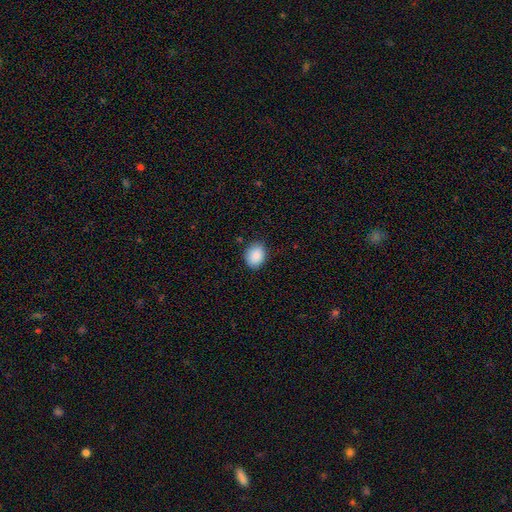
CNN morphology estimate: Overall: smooth (89%). How rounded: in between (51%; round 48%). Merging: none (84%).